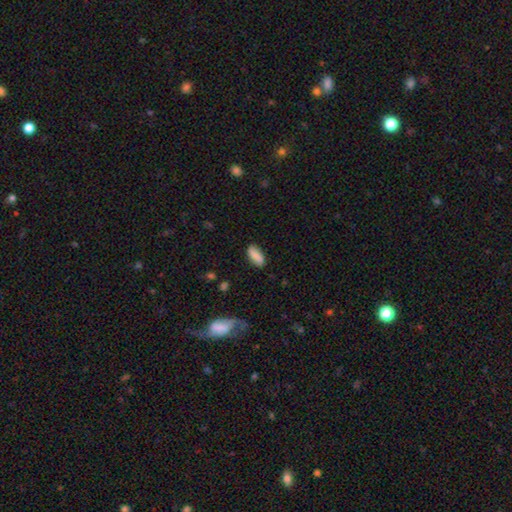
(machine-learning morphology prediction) The model was most divided on "how rounded": in between: 80%, cigar-shaped: 18%, round: 2%. More confident: smooth or featured — smooth (84%); merging — none (81%).